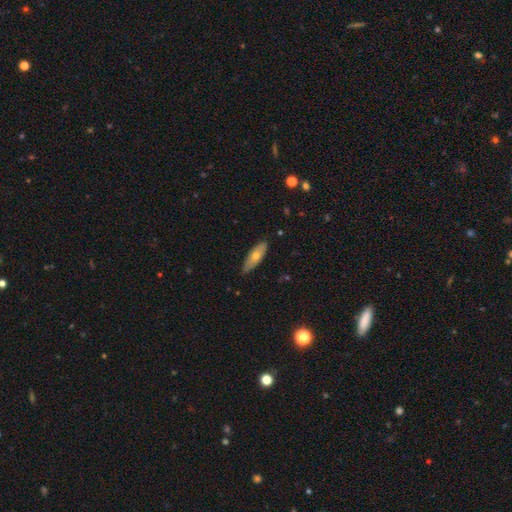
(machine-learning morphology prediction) Smooth or featured? Predicted: smooth (p=0.56). How rounded? Predicted: in between (p=0.55). Merging? Predicted: none (p=0.84).